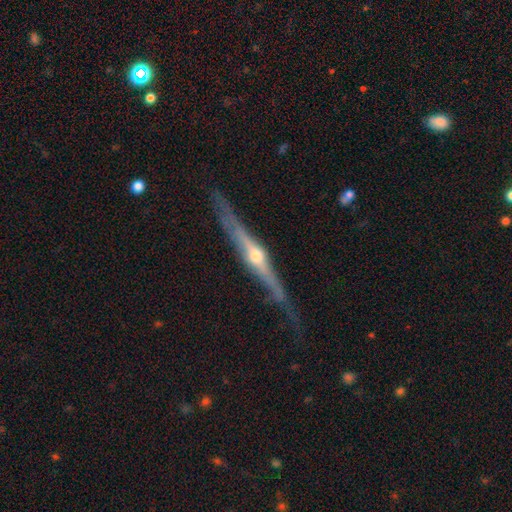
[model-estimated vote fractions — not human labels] This appears to be a featured or disk galaxy (82%) viewed edge-on (97%) with a rounded central bulge (92%). Merging: none (77%).